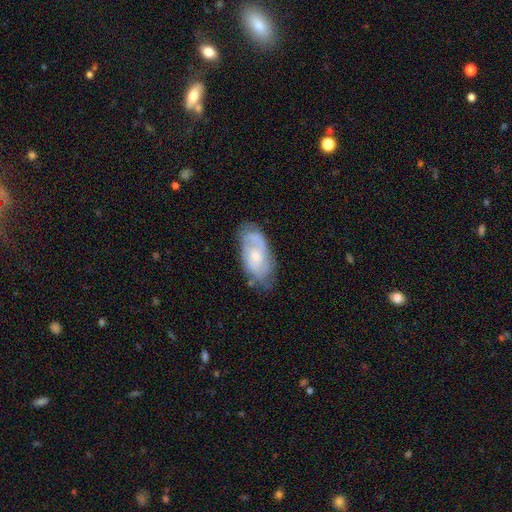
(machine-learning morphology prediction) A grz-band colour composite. It shows a featured or disk galaxy (63%) with no bar (70%), spiral arms (80%) and a small central bulge (46%). Merging: none (65%).